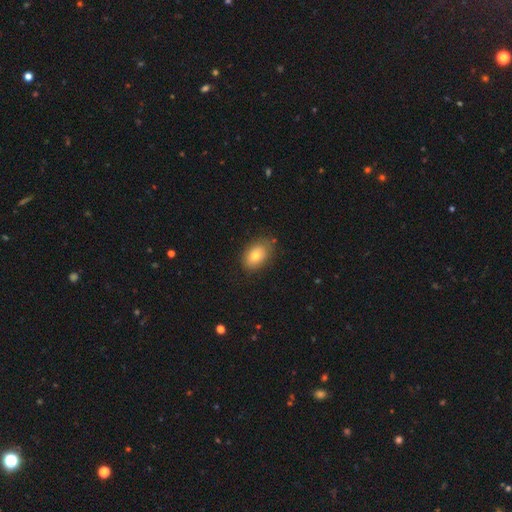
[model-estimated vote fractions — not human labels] Q: Smooth or featured?
A: smooth (75%); runner-up: featured or disk (16%)
Q: How rounded?
A: in between (82%); runner-up: round (16%)
Q: Merging?
A: none (80%); runner-up: minor disturbance (15%)